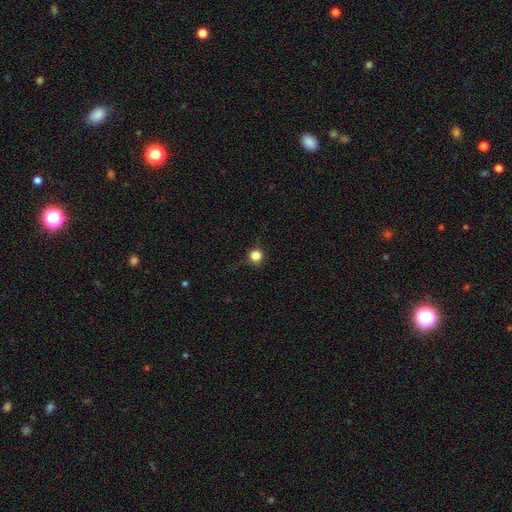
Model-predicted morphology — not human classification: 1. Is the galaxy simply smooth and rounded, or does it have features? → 83% smooth, 13% star or artifact, 4% featured or disk.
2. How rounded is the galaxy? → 94% round, 5% in between, 1% cigar-shaped.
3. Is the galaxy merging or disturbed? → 84% none, 11% minor disturbance, 4% major disturbance, 1% merger.